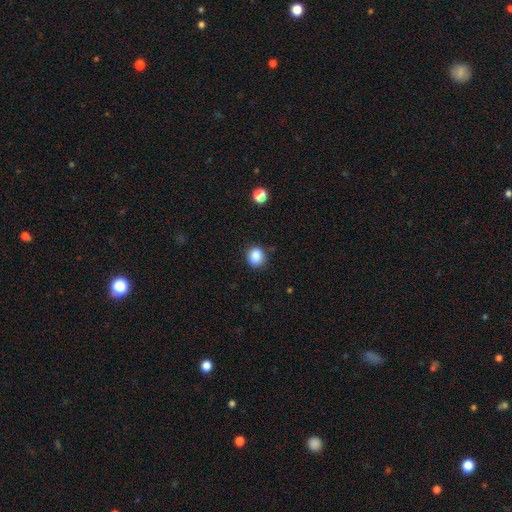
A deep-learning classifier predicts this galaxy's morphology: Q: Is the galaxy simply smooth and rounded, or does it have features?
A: smooth — 86%.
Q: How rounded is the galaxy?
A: round — 73%.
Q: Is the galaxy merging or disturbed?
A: none — 85%.